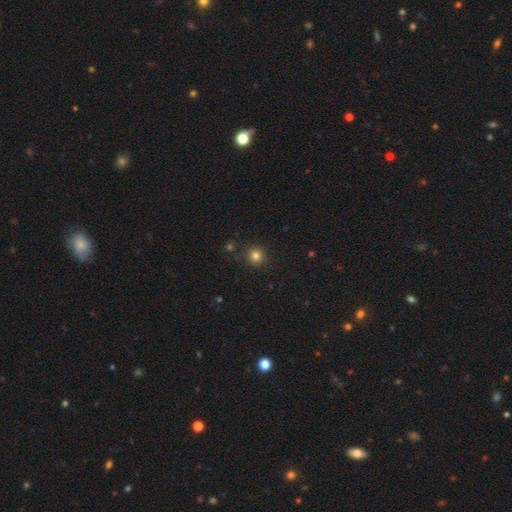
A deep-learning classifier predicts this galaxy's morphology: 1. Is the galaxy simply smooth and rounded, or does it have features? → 80% smooth, 15% star or artifact, 5% featured or disk.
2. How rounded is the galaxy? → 94% round, 5% in between, 1% cigar-shaped.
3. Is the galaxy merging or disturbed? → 89% none, 6% minor disturbance, 3% merger, 2% major disturbance.